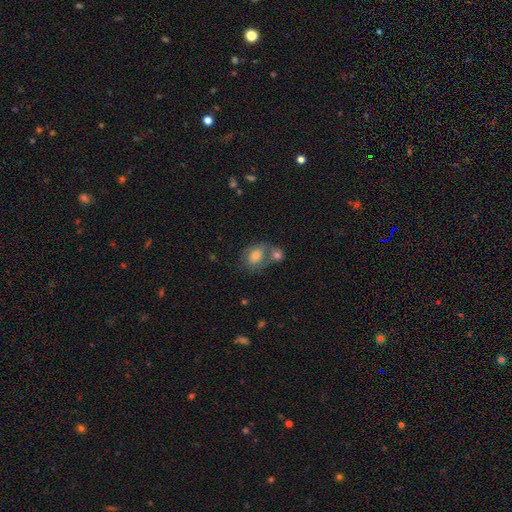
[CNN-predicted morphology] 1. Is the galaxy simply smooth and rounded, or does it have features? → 67% smooth, 23% featured or disk, 10% star or artifact.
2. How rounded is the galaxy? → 54% in between, 44% round, 1% cigar-shaped.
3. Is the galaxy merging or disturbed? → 44% merger, 35% none, 13% minor disturbance, 8% major disturbance.